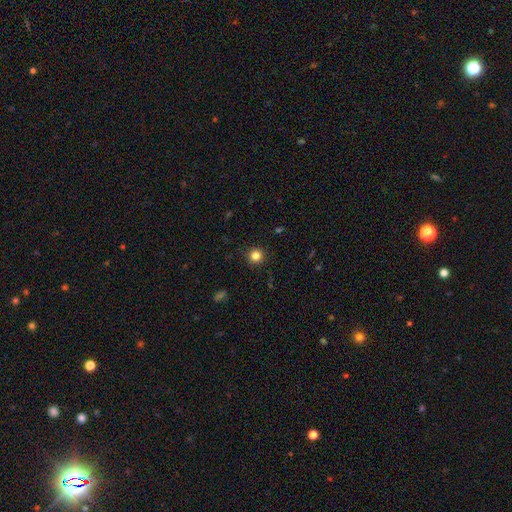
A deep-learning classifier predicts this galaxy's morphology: A smooth galaxy with no disk features (83%) that is round (95%). Merging: none (92%).